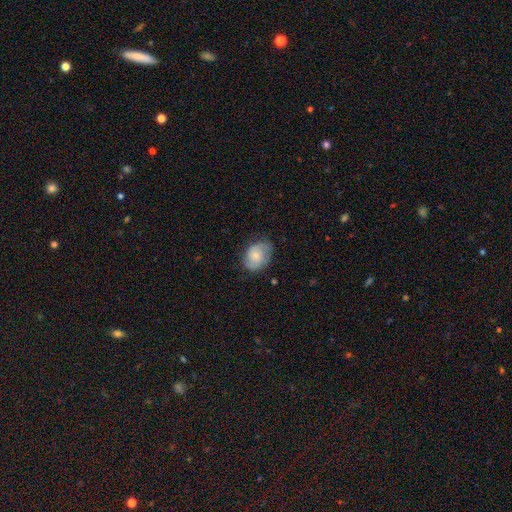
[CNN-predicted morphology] This is likely a smooth galaxy (61%). How rounded: likely in between (65%). Merging: likely none (68%).